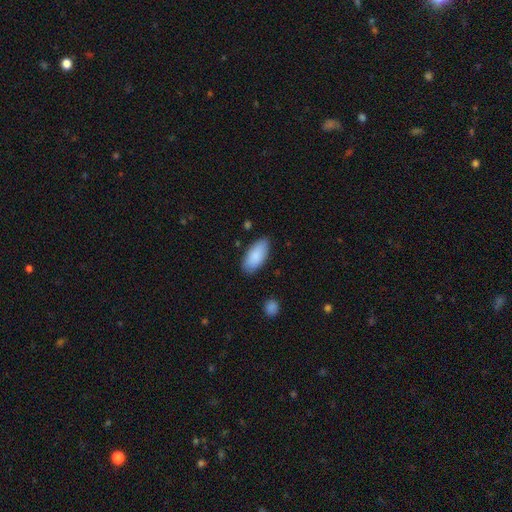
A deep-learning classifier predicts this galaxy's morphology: Smooth or featured? smooth (87%)
How rounded? in between (92%)
Merging? none (83%)